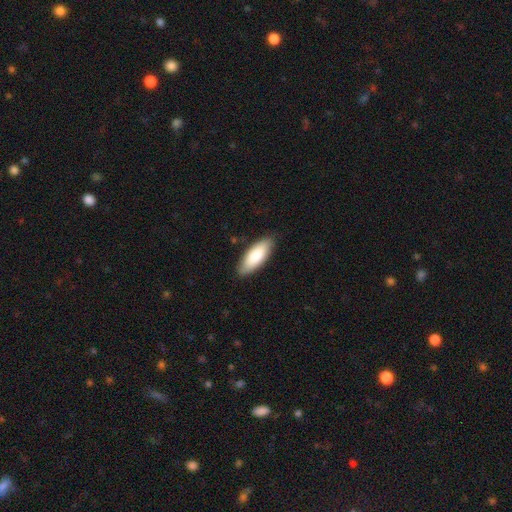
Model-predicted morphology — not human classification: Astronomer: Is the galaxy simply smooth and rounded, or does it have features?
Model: smooth — 85%.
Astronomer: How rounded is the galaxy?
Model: in between — 72%.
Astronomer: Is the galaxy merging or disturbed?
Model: none — 86%.